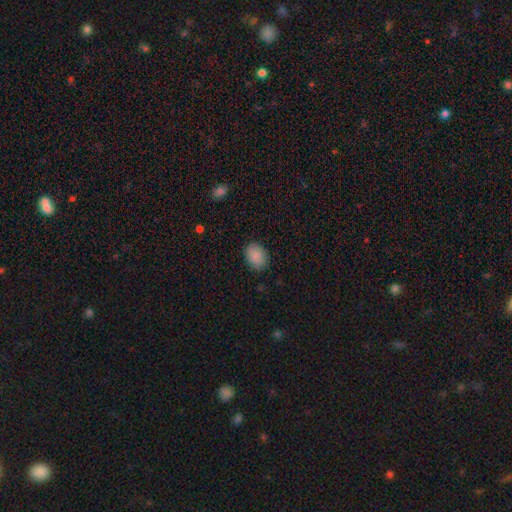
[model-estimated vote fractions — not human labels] smooth 88%, star or artifact 8%, featured or disk 4%. Down the decision tree: how rounded — in between (68%); merging — none (87%).